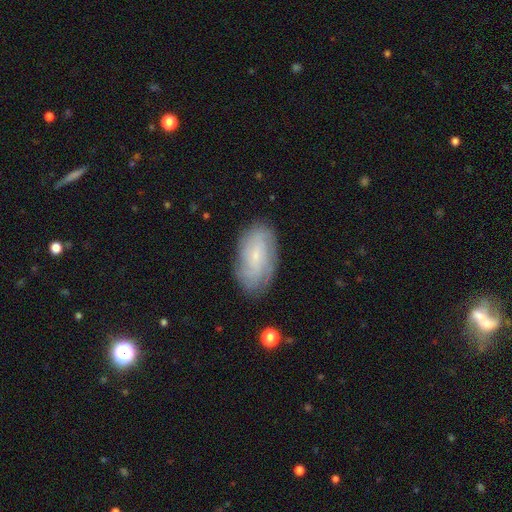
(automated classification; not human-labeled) Morphology: type=featured or disk (62%); edge-on=no (94%); bar=no (65%); spiral arms=yes (89%); winding=tight (62%); arm count=can't tell (50%); bulge=small (77%); merging=none (79%).